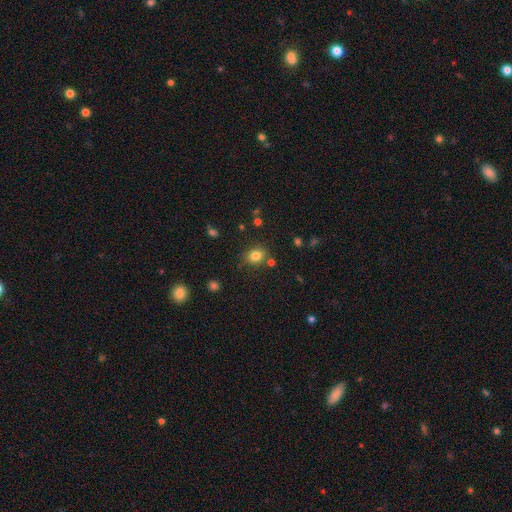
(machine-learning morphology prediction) Overall: smooth (80%). How rounded: round (53%; in between 46%). Merging: none (80%).